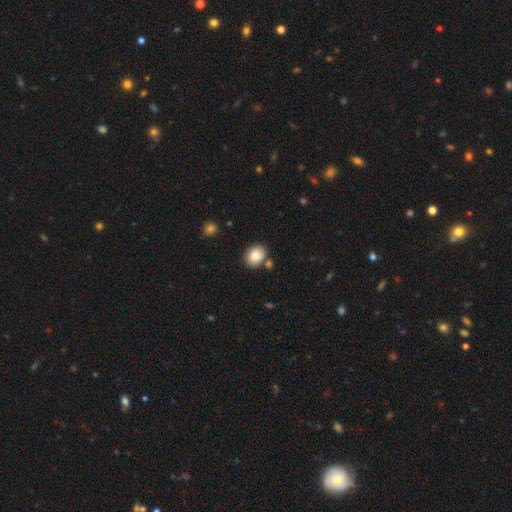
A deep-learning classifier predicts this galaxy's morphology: smooth_or_featured: smooth (p=0.85) [alt: star or artifact p=0.08]
how_rounded: round (p=0.57) [alt: in between p=0.42]
merging: none (p=0.68) [alt: minor disturbance p=0.15]